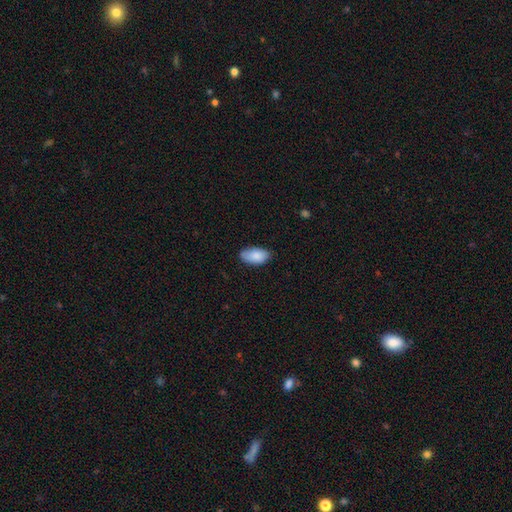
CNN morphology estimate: The model was most divided on "merging": none: 74%, minor disturbance: 22%, major disturbance: 3%, merger: 1%. More confident: how rounded — in between (94%); smooth or featured — smooth (85%).